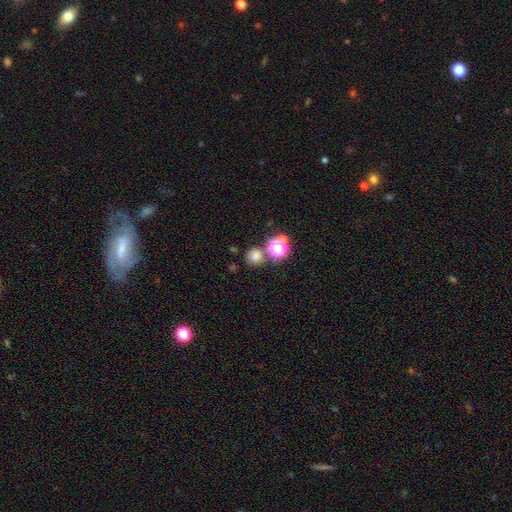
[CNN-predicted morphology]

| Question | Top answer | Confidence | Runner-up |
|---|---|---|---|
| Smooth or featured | smooth | 71% | star or artifact (22%) |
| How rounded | round | 86% | in between (13%) |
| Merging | none | 66% | merger (21%) |